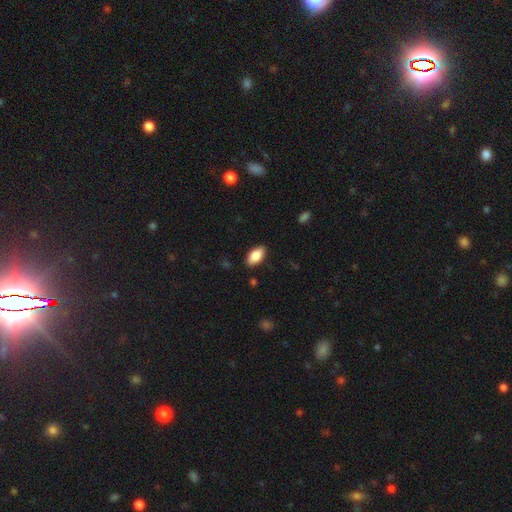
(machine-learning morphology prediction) Smooth or featured? smooth (86%)
How rounded? in between (93%)
Merging? none (87%)